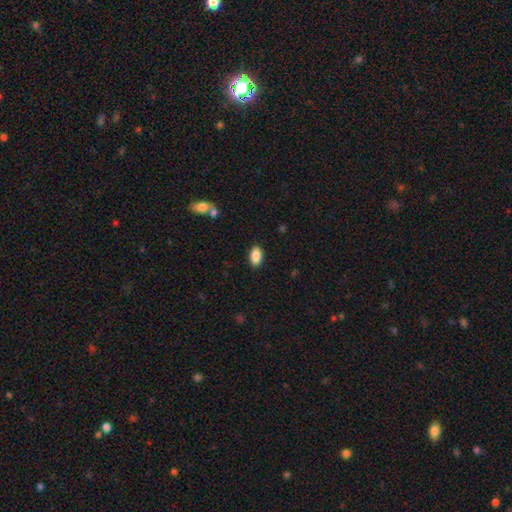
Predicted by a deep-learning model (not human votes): This appears to be a smooth galaxy with no disk features (89%) that is in between round and cigar-shaped (93%). Merging: none (89%).